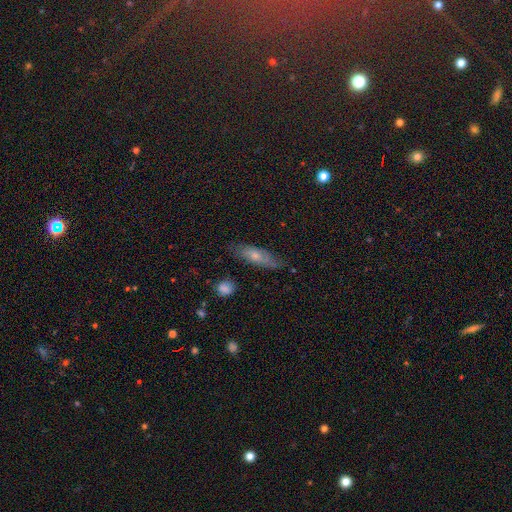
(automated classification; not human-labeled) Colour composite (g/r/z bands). It shows a smooth galaxy with no disk features (58%) that is in between round and cigar-shaped (50%). Merging: none (67%).